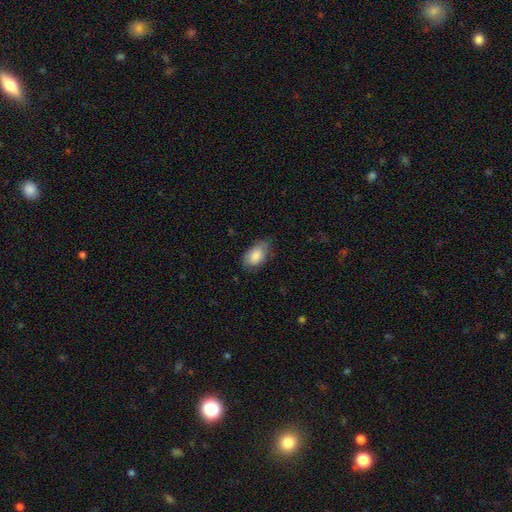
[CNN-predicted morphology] Smooth or featured? smooth (85%)
How rounded? in between (92%)
Merging? none (68%)